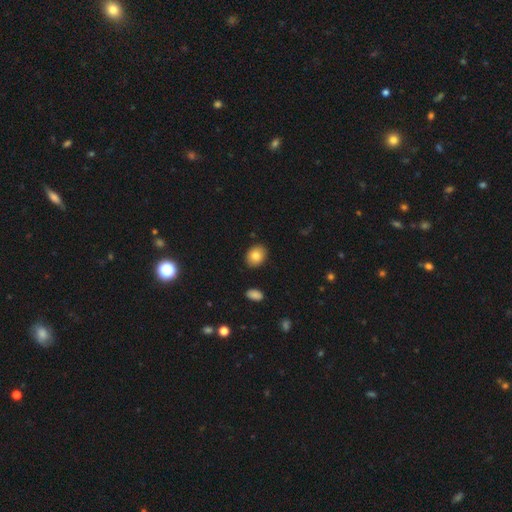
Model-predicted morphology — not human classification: Overall: smooth (82%). How rounded: in between (56%; round 43%). Merging: none (89%).